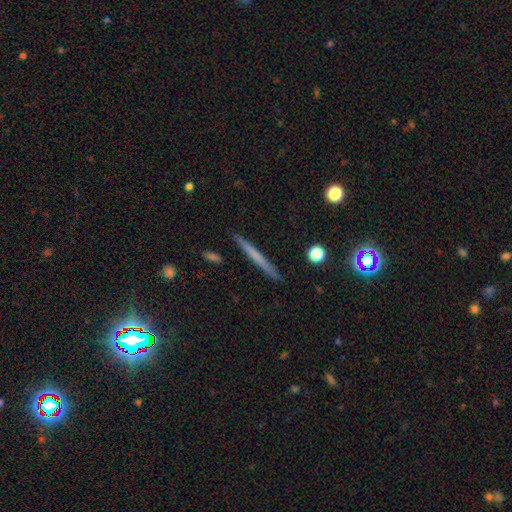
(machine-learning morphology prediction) smooth-or-featured: smooth: 51% | featured or disk: 40% | star or artifact: 9%
  how-rounded: cigar-shaped: 96% | in between: 2% | round: 2%
  merging: none: 91% | minor disturbance: 6% | major disturbance: 1% | merger: 1%